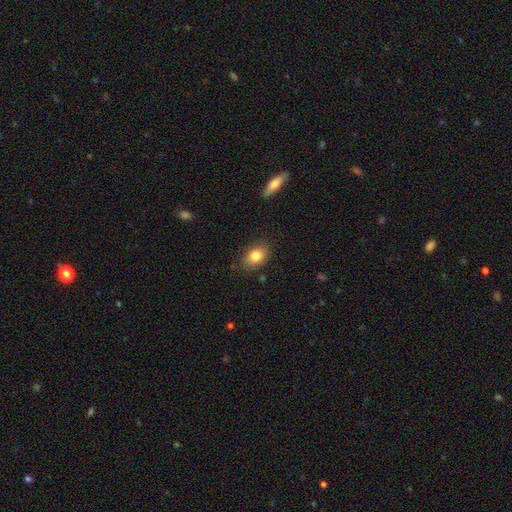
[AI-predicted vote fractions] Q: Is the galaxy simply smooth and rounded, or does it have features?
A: smooth — 81%.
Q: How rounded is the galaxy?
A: in between — 81%.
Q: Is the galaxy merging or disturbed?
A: none — 83%.